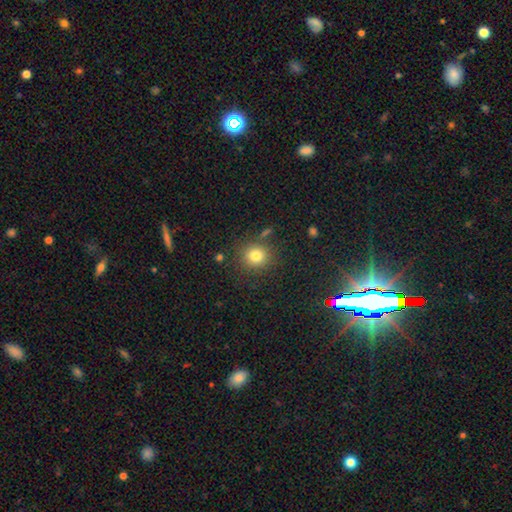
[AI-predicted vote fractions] Smooth or featured?
  - smooth: 80% *
  - star or artifact: 13%
  - featured or disk: 7%
How rounded?
  - round: 88% *
  - in between: 11%
  - cigar-shaped: 1%
Merging?
  - none: 83% *
  - minor disturbance: 9%
  - merger: 4%
  - major disturbance: 4%